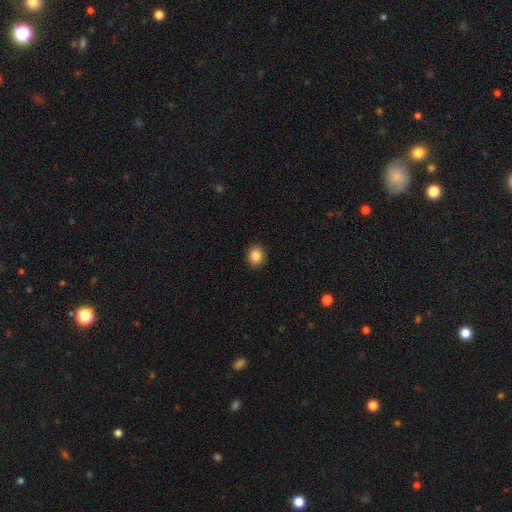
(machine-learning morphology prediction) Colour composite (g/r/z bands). It shows a smooth galaxy with no disk features (86%) that is round (79%). Merging: none (92%).